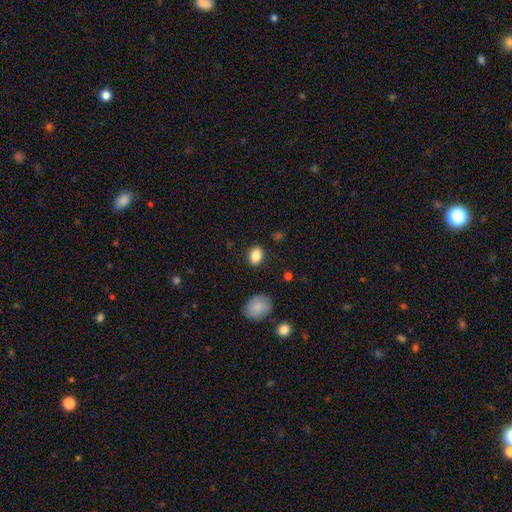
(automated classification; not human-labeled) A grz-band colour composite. It shows a smooth galaxy with no disk features (86%) that is in between round and cigar-shaped (64%). Merging: none (87%).